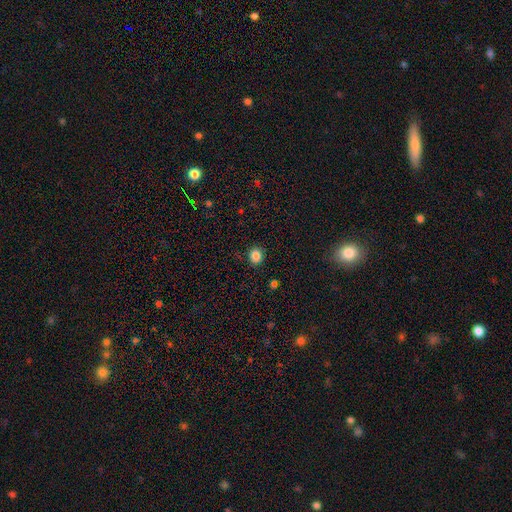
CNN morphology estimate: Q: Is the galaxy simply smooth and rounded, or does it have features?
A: smooth — 84%.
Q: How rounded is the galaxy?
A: round — 80%.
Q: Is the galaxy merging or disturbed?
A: none — 89%.